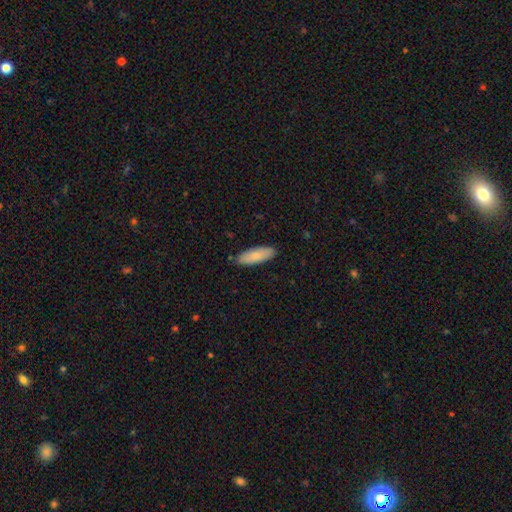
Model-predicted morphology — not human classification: This appears to be a smooth galaxy with no disk features (82%) that is in between round and cigar-shaped (63%). Merging: none (87%).